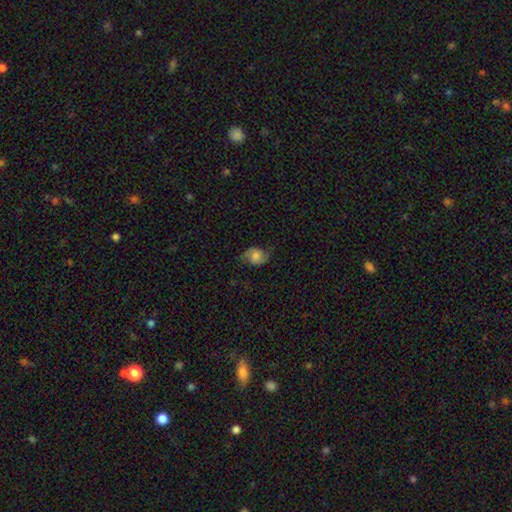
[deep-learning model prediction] Smooth or featured: featured or disk — 62% (smooth — 29%)
Edge-on disk: no — 97% (yes — 3%)
Bar: no — 63% (weak — 31%)
Spiral arms: yes — 92% (no — 8%)
Spiral winding: medium — 44% (loose — 39%)
Spiral arm count: 2 — 90% (can't tell — 5%)
Bulge size: moderate — 52% (small — 29%)
Merging: none — 72% (minor disturbance — 19%)